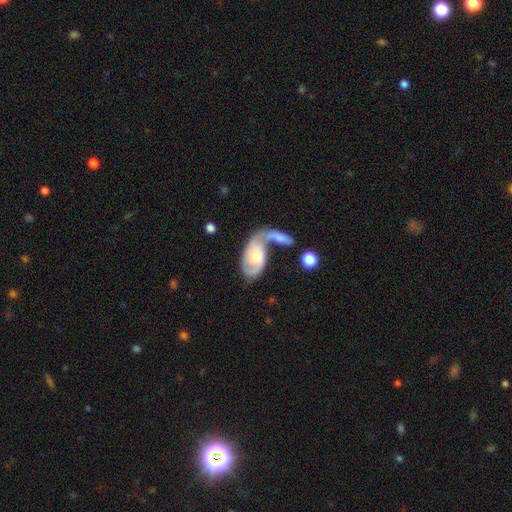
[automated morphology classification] A featured or disk galaxy (59%) with no bar (68%), spiral arms (82%) and a small central bulge (40%, tied with moderate).

Vote fractions:
- Smooth or featured? featured or disk: 59% / smooth: 35% / star or artifact: 6%
- Edge-on disk? no: 94% / yes: 6%
- Bar? no: 68% / weak: 26% / strong: 6%
- Spiral arms? yes: 82% / no: 18%
- Bulge size? small: 40% (tied) / moderate: 40% (tied) / large: 9% / none: 8% / dominant: 2%
- Merging? merger: 52% / none: 21% / major disturbance: 14% / minor disturbance: 13%